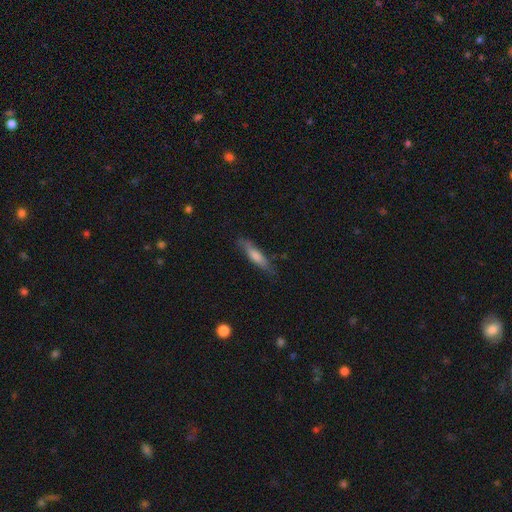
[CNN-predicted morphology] This is possibly a smooth galaxy (59%). How rounded: likely cigar-shaped (80%). Merging: likely none (77%).